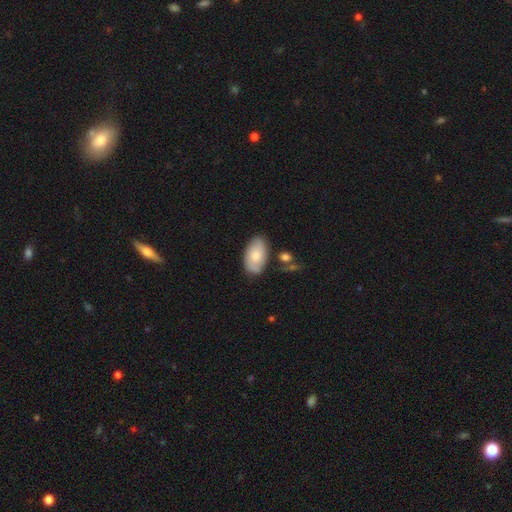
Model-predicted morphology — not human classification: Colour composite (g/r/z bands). It shows a smooth galaxy with no disk features (73%) that is in between round and cigar-shaped (94%). Merging: none (74%).